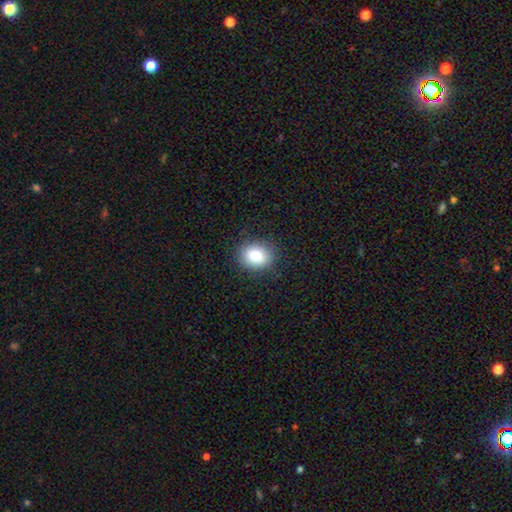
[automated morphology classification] Smooth or featured? Predicted: smooth (p=0.85). How rounded? Predicted: round (p=0.55). Merging? Predicted: none (p=0.86).